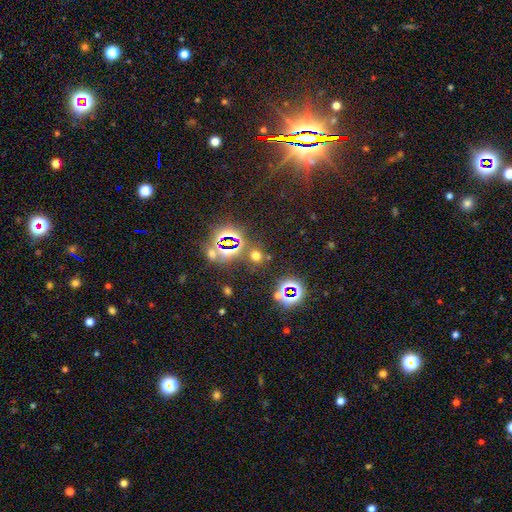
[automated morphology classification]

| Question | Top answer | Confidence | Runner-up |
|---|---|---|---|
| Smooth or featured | star or artifact | 47% | smooth (46%) |